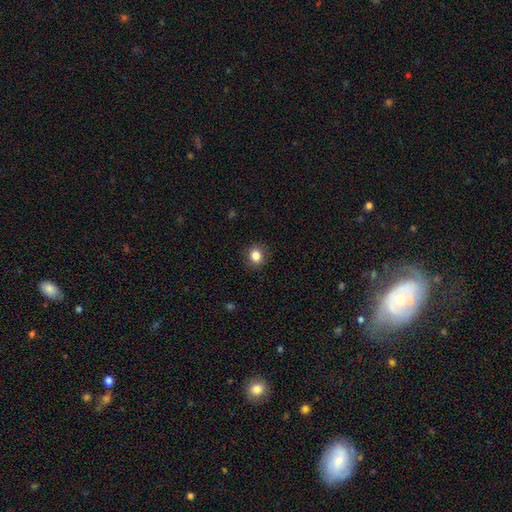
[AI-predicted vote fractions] A smooth galaxy with no disk features (84%) that is round (73%). Merging: none (89%).